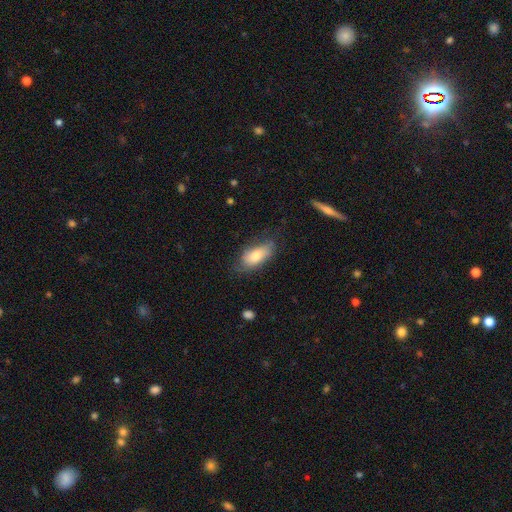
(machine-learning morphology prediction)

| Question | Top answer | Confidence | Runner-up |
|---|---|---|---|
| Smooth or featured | smooth | 73% | featured or disk (20%) |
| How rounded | in between | 87% | cigar-shaped (10%) |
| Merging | none | 60% | minor disturbance (28%) |